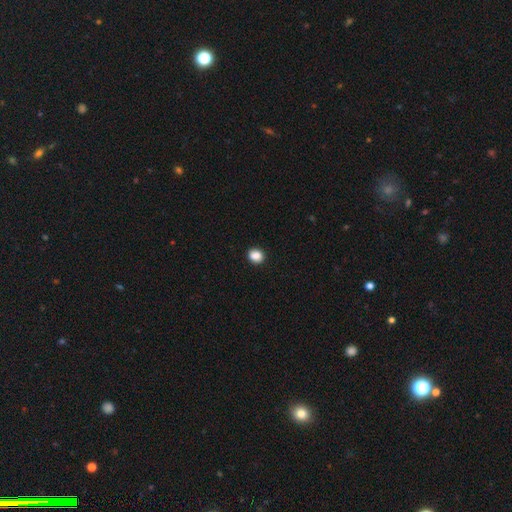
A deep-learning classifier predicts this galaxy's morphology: type=smooth (87%); roundness=round (68%); merging=none (89%).